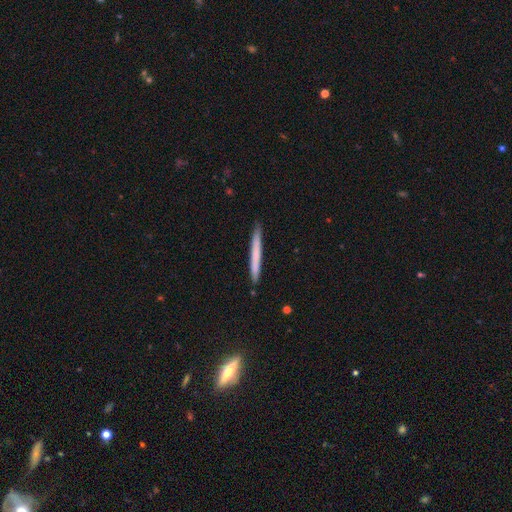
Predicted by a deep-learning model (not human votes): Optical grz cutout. It shows a smooth galaxy with no disk features (64%) that is cigar-shaped (97%). Merging: none (90%).